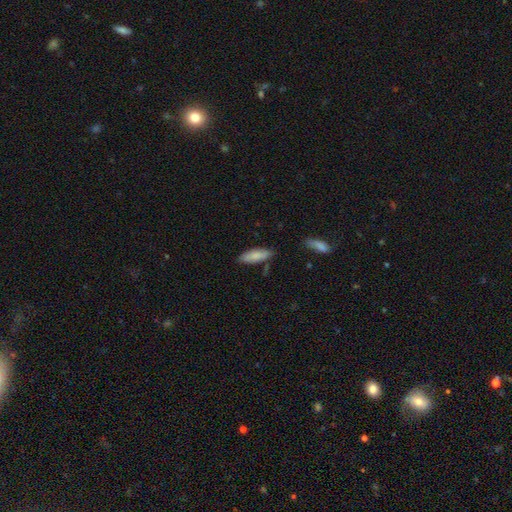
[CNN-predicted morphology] A smooth galaxy with no disk features (84%) that is in between round and cigar-shaped (59%). Merging: none (79%).